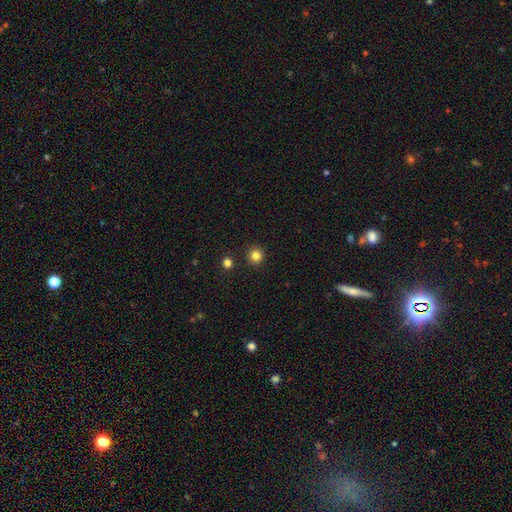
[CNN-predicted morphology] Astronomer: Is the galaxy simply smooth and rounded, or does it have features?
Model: smooth — 83%.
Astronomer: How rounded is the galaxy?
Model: round — 94%.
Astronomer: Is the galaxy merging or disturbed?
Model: none — 91%.